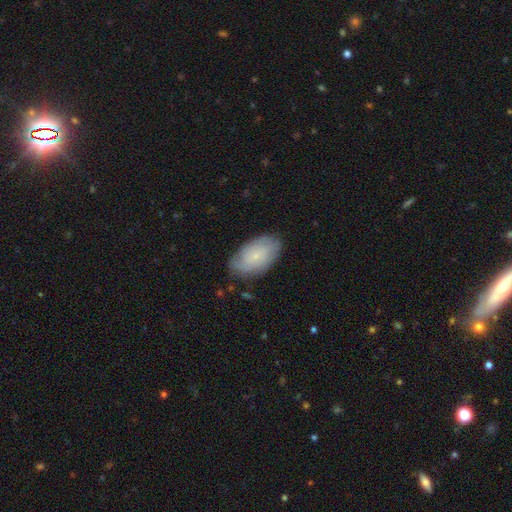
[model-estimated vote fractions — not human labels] Smooth or featured? Predicted: smooth (p=0.47). Merging? Predicted: none (p=0.74).